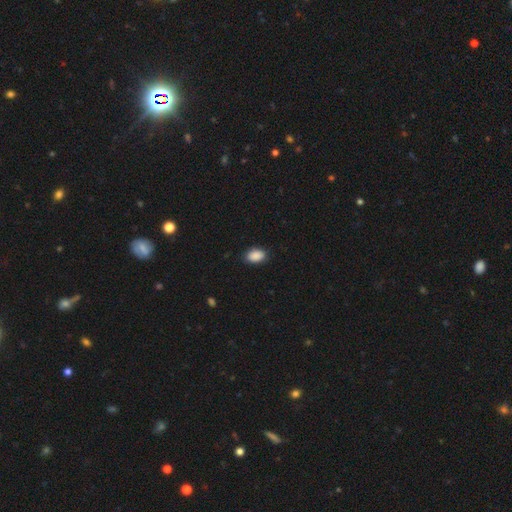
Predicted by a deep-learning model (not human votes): Smooth or featured? smooth (90%)
How rounded? in between (88%)
Merging? none (85%)